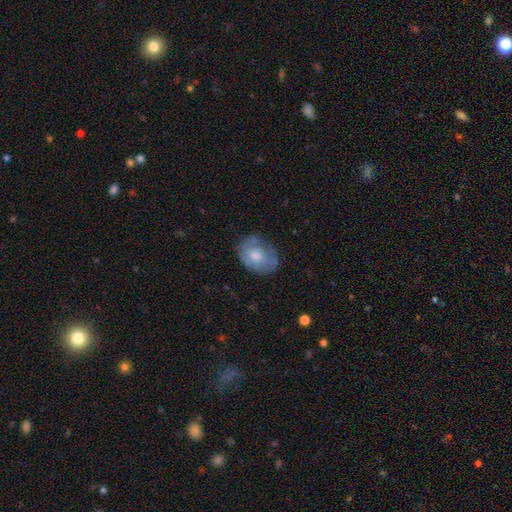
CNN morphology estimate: A smooth galaxy with no disk features (62%) that is in between round and cigar-shaped (62%). Merging: none (63%).